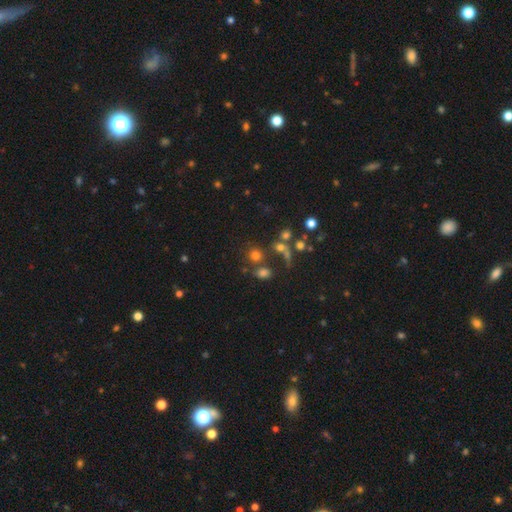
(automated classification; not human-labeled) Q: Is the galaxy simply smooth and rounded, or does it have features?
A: smooth — 67%.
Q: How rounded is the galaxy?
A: round — 82%.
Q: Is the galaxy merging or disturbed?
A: none — 63%.